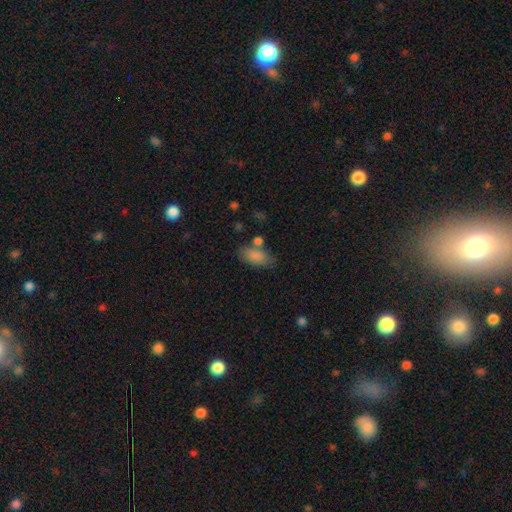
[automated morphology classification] smooth 85%, featured or disk 7%, star or artifact 7%. Down the decision tree: how rounded — in between (90%); merging — none (63%).